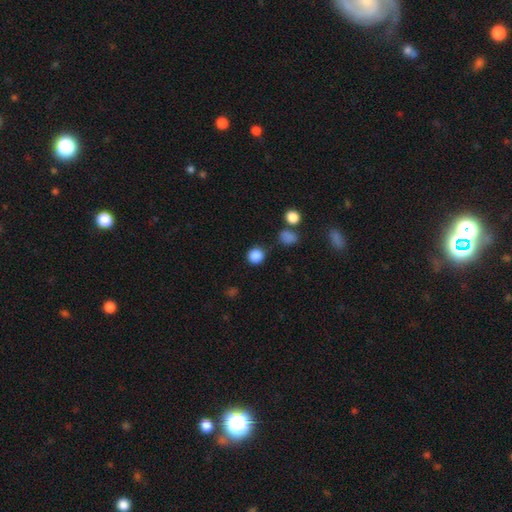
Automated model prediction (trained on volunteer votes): A smooth galaxy with no disk features (86%) that is round (91%).

Vote fractions:
- Smooth or featured? smooth: 86% / star or artifact: 11% / featured or disk: 3%
- How rounded? round: 91% / in between: 8% / cigar-shaped: 1%
- Merging? none: 83% / minor disturbance: 9% / merger: 4% / major disturbance: 4%